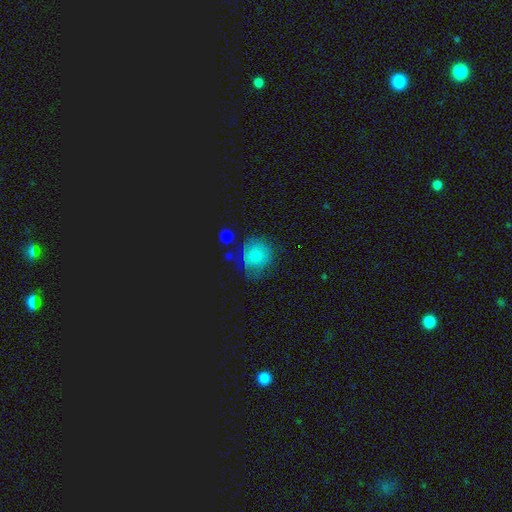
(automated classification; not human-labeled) Smooth or featured? Predicted: smooth (p=0.77). How rounded? Predicted: round (p=0.83). Merging? Predicted: none (p=0.59).